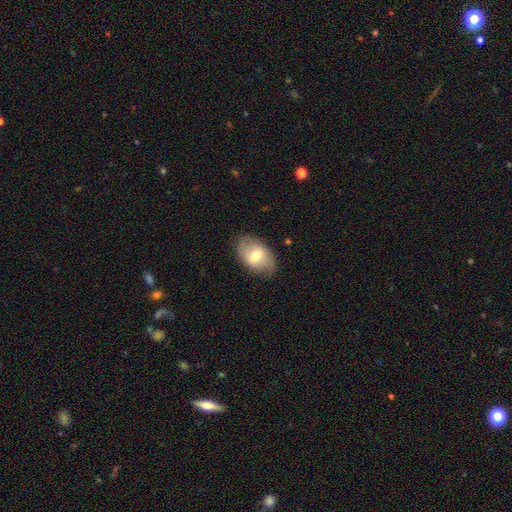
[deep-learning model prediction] Smooth or featured? smooth (61%)
How rounded? in between (89%)
Merging? none (83%)